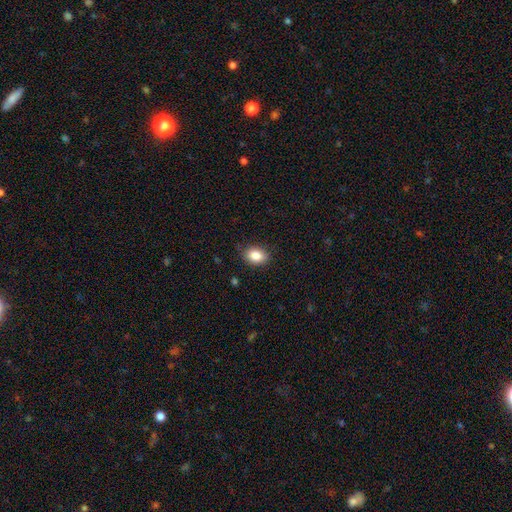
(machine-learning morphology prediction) Q: Smooth or featured?
A: smooth (86%); runner-up: star or artifact (8%)
Q: How rounded?
A: in between (78%); runner-up: round (20%)
Q: Merging?
A: none (84%); runner-up: minor disturbance (12%)